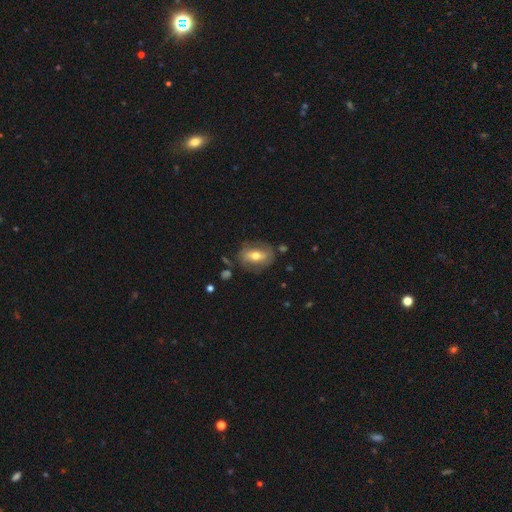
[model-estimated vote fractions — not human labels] smooth-or-featured: featured or disk: 48% | smooth: 45% | star or artifact: 8%
  merging: none: 71% | minor disturbance: 19% | major disturbance: 8% | merger: 3%